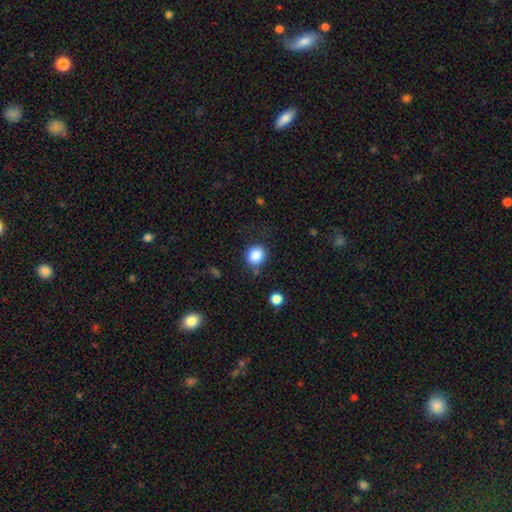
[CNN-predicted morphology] A smooth galaxy with no disk features (86%) that is round (79%). Merging: none (77%).